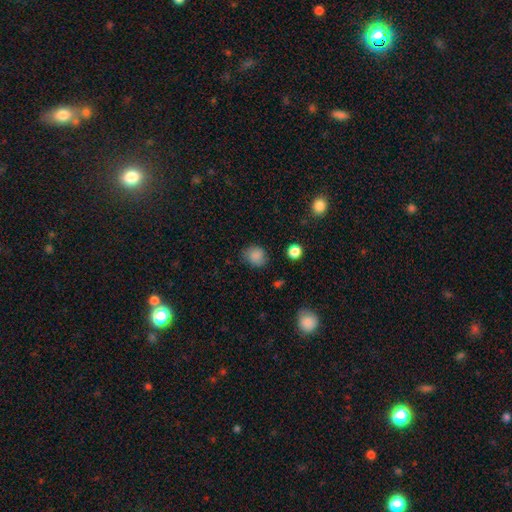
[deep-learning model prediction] Smooth or featured?
  - smooth: 83% *
  - star or artifact: 10%
  - featured or disk: 7%
How rounded?
  - round: 71% *
  - in between: 28%
  - cigar-shaped: 1%
Merging?
  - none: 76% *
  - minor disturbance: 18%
  - major disturbance: 5%
  - merger: 2%